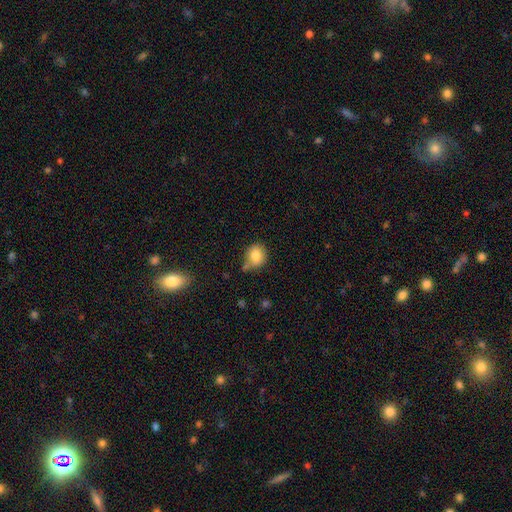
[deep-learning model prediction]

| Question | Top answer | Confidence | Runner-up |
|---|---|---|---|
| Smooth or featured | smooth | 83% | star or artifact (9%) |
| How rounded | round | 66% | in between (33%) |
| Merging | none | 59% | minor disturbance (23%) |